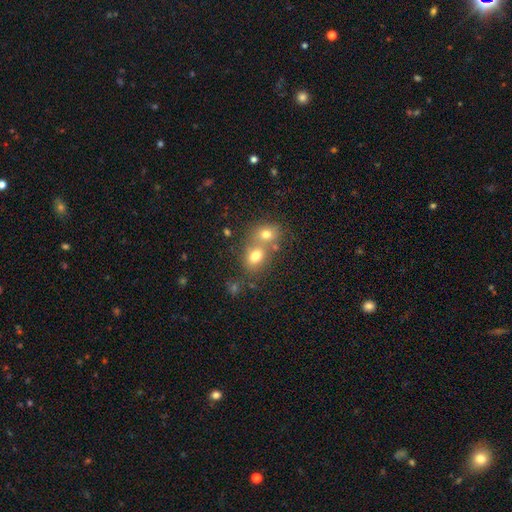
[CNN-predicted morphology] This is likely a smooth galaxy (73%). How rounded: possibly in between (50%). Merging: possibly merger (53%).